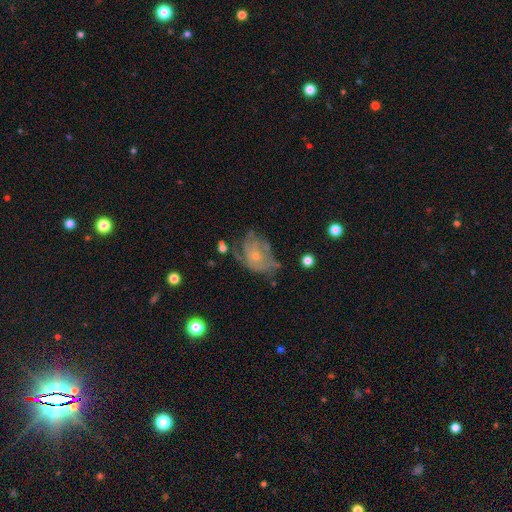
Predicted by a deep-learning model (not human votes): Q: Smooth or featured?
A: featured or disk (65%); runner-up: smooth (26%)
Q: Edge-on disk?
A: no (97%); runner-up: yes (3%)
Q: Bar?
A: no (86%); runner-up: weak (12%)
Q: Spiral arms?
A: yes (60%); runner-up: no (40%)
Q: Bulge size?
A: small (68%); runner-up: moderate (27%)
Q: Merging?
A: none (40%); runner-up: minor disturbance (29%)